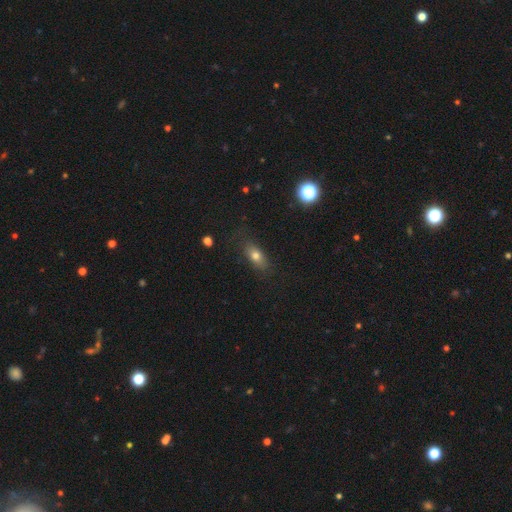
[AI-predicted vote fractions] smooth-or-featured: smooth: 73% | featured or disk: 17% | star or artifact: 10%
  how-rounded: in between: 79% | cigar-shaped: 12% | round: 9%
  merging: none: 77% | minor disturbance: 16% | major disturbance: 5% | merger: 1%